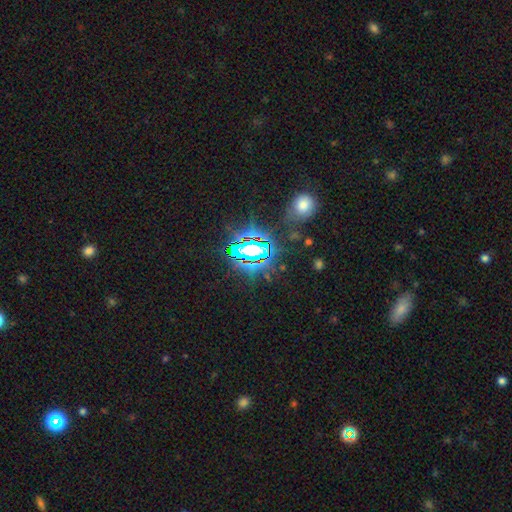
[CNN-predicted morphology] smooth-or-featured: star or artifact: 78% | smooth: 13% | featured or disk: 9%